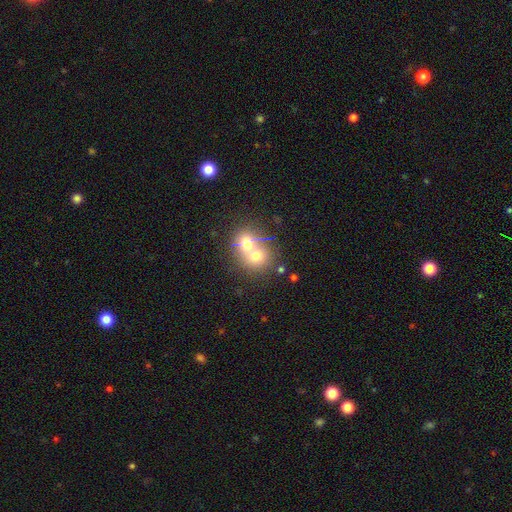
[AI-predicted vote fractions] Smooth or featured? Predicted: smooth (p=0.66). How rounded? Predicted: round (p=0.69). Merging? Predicted: merger (p=0.69).